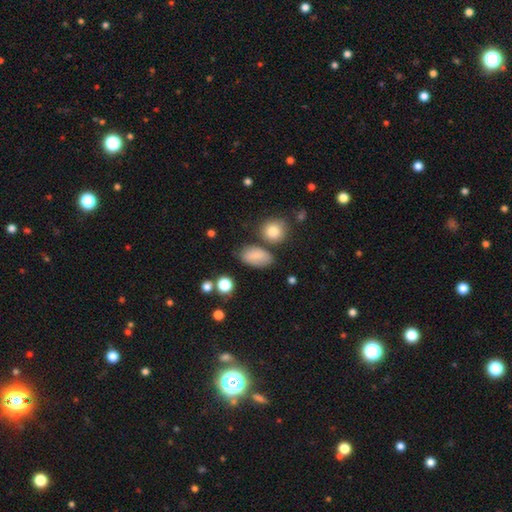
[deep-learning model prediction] Smooth or featured? smooth (83%)
How rounded? in between (88%)
Merging? none (69%)